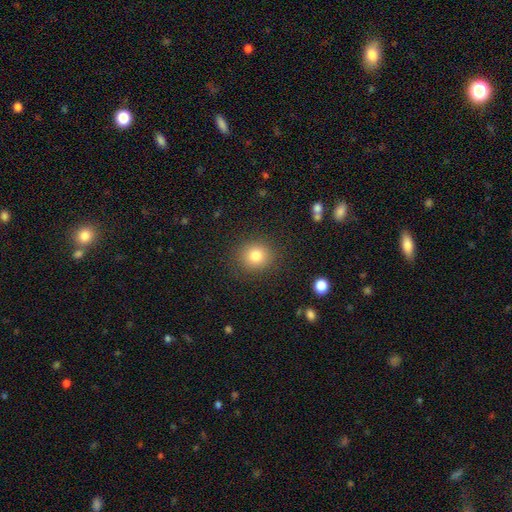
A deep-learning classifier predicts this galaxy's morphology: smooth 81%, star or artifact 11%, featured or disk 8%. Down the decision tree: how rounded — round (83%); merging — none (88%).